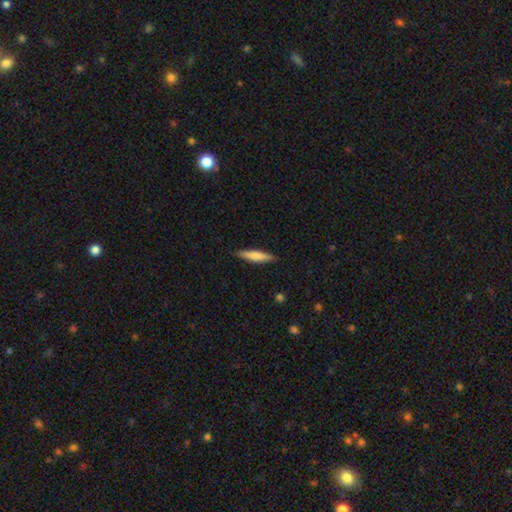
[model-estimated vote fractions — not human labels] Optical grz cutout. It shows a smooth galaxy with no disk features (69%) that is cigar-shaped (86%). Merging: none (88%).